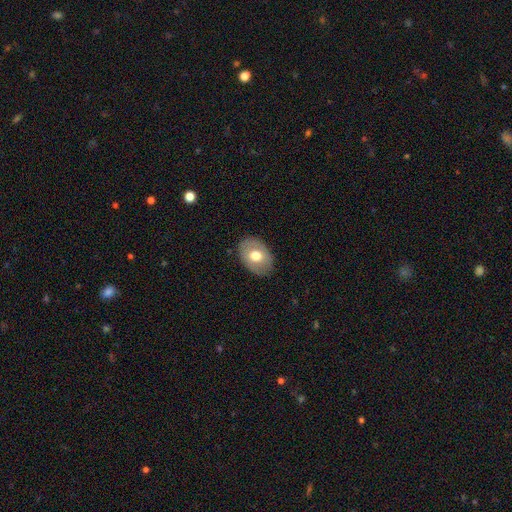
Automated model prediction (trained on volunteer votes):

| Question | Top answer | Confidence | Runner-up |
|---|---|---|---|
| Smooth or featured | smooth | 65% | featured or disk (28%) |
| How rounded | in between | 77% | round (22%) |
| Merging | none | 85% | minor disturbance (11%) |